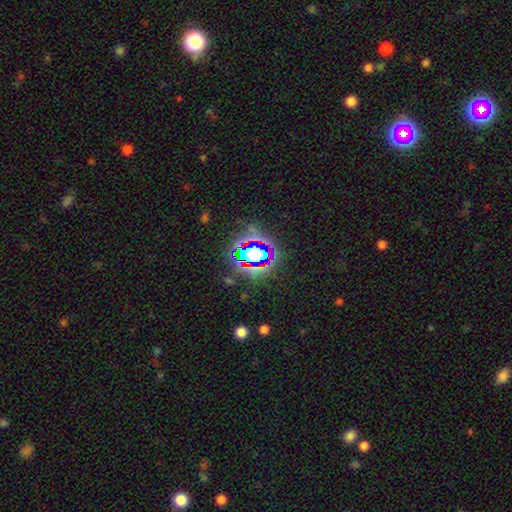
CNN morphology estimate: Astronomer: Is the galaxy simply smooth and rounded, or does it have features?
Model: star or artifact — 66%.